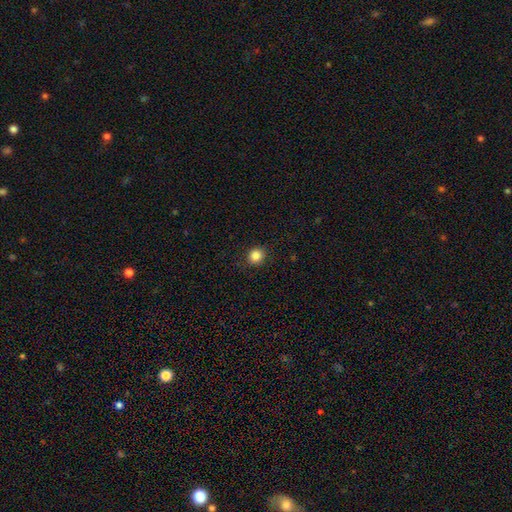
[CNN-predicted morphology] Q: Smooth or featured?
A: smooth (86%); runner-up: star or artifact (10%)
Q: How rounded?
A: round (86%); runner-up: in between (13%)
Q: Merging?
A: none (89%); runner-up: minor disturbance (8%)